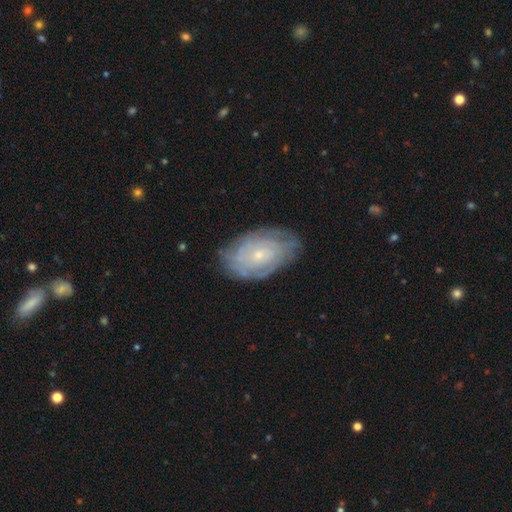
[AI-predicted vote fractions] smooth-or-featured: featured or disk: 64% | smooth: 26% | star or artifact: 10%
  disk-edge-on: no: 94% | yes: 6%
    bar: no: 72% | weak: 23% | strong: 5%
    has-spiral-arms: yes: 81% | no: 19%
    bulge-size: small: 71% | moderate: 24% | none: 2% | large: 1% | dominant: 1%
  merging: none: 79% | minor disturbance: 16% | major disturbance: 4% | merger: 1%